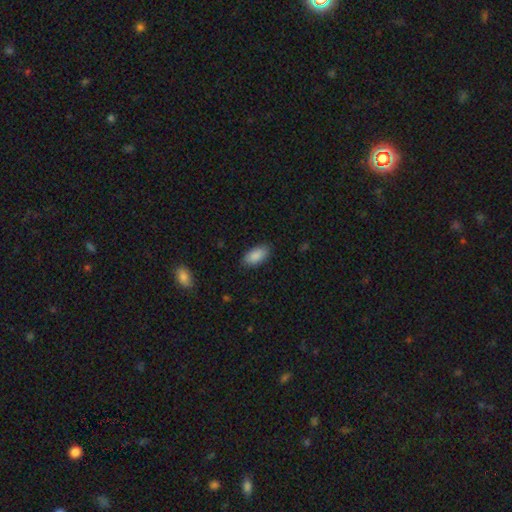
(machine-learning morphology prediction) The model was most divided on "merging": none: 85%, minor disturbance: 12%, major disturbance: 2%, merger: 1%. More confident: how rounded — in between (93%); smooth or featured — smooth (89%).